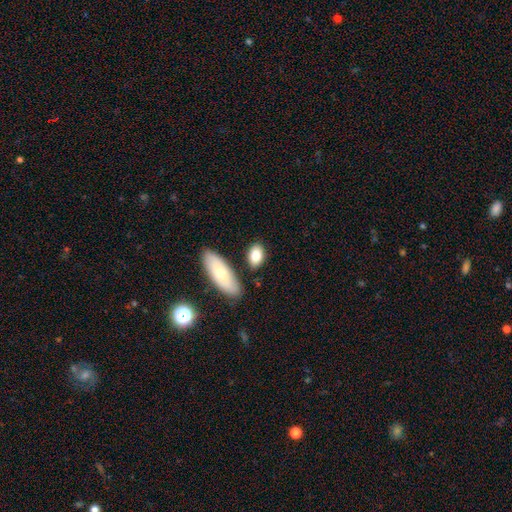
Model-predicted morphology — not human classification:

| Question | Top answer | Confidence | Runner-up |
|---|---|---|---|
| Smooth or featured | smooth | 78% | featured or disk (15%) |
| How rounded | in between | 85% | round (10%) |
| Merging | none | 75% | minor disturbance (12%) |